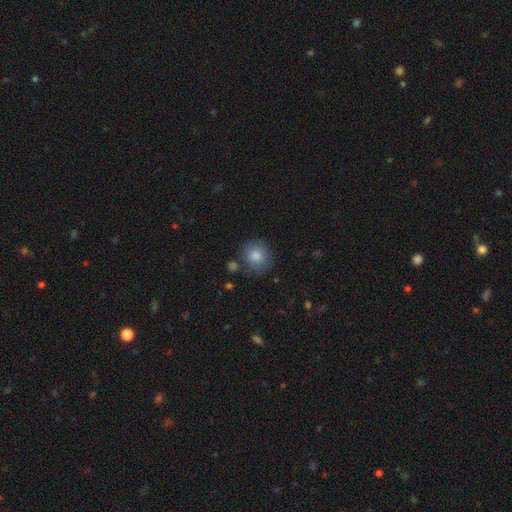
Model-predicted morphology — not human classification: Q: Smooth or featured?
A: smooth (82%); runner-up: star or artifact (10%)
Q: How rounded?
A: round (86%); runner-up: in between (13%)
Q: Merging?
A: none (80%); runner-up: minor disturbance (12%)